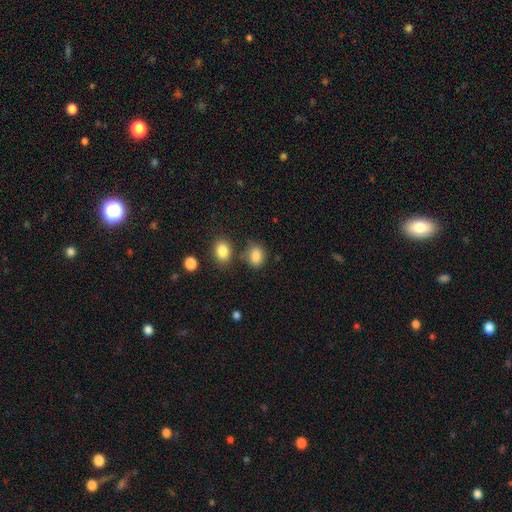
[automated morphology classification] smooth_or_featured: smooth (p=0.84) [alt: star or artifact p=0.10]
how_rounded: in between (p=0.63) [alt: round p=0.35]
merging: none (p=0.63) [alt: minor disturbance p=0.19]